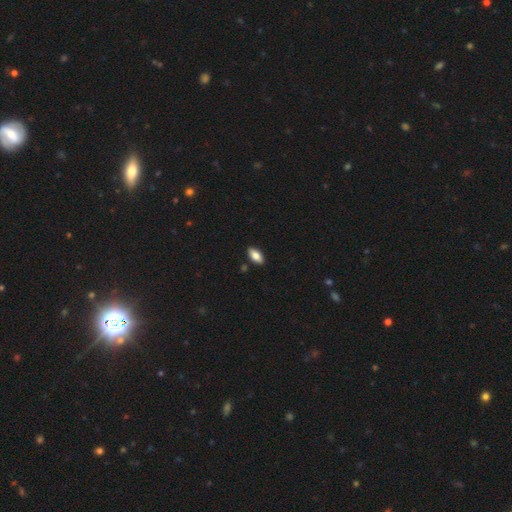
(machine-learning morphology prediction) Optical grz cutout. It shows a smooth galaxy with no disk features (83%) that is in between round and cigar-shaped (90%). Merging: none (89%).